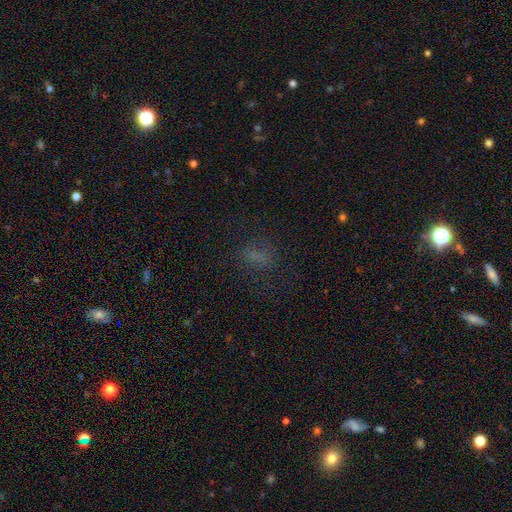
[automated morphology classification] A smooth galaxy with no disk features (57%) that is in between round and cigar-shaped (66%). Merging: none (68%).